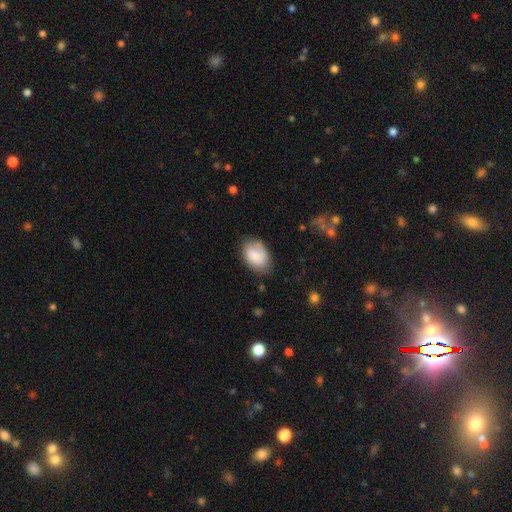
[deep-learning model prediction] Morphology: type=smooth (78%); roundness=in between (87%); merging=none (67%).